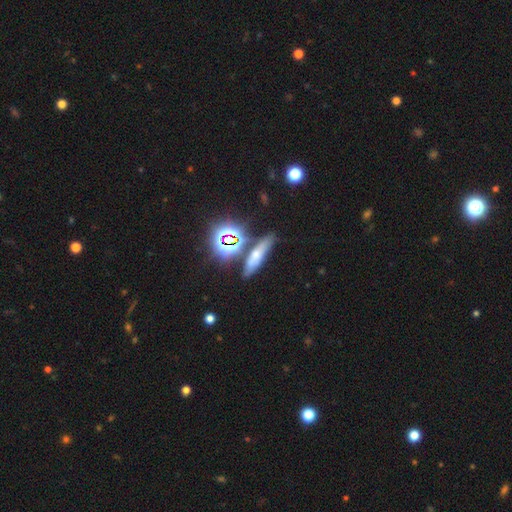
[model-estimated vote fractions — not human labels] This appears to be a smooth galaxy with no disk features (47%). Merging: none (72%).